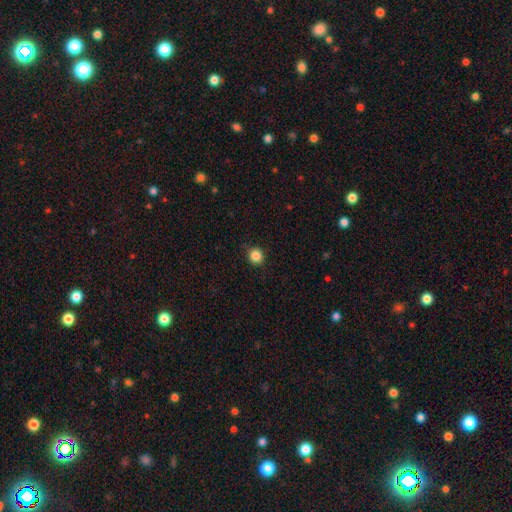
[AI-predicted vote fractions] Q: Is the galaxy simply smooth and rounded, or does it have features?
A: smooth — 85%.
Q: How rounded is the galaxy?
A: round — 91%.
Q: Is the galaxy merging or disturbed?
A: none — 90%.